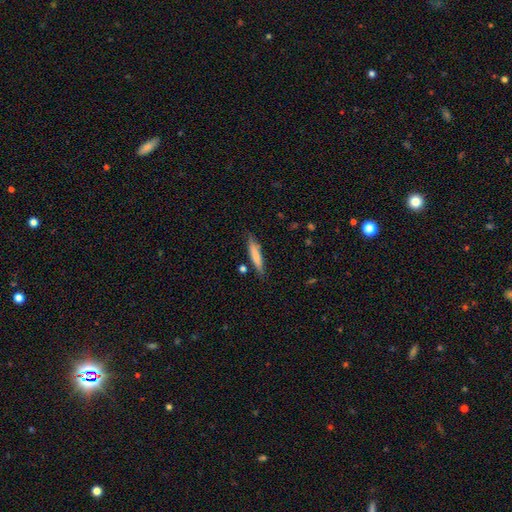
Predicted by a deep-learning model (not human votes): Smooth or featured? smooth (76%)
How rounded? cigar-shaped (88%)
Merging? none (81%)